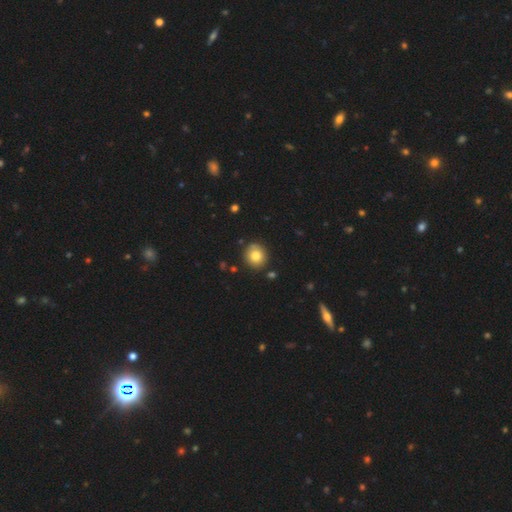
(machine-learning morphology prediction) A smooth galaxy with no disk features (80%) that is round (88%).

Vote fractions:
- Smooth or featured? smooth: 80% / star or artifact: 10% / featured or disk: 10%
- How rounded? round: 88% / in between: 11% / cigar-shaped: 1%
- Merging? none: 85% / minor disturbance: 10% / merger: 4% / major disturbance: 2%